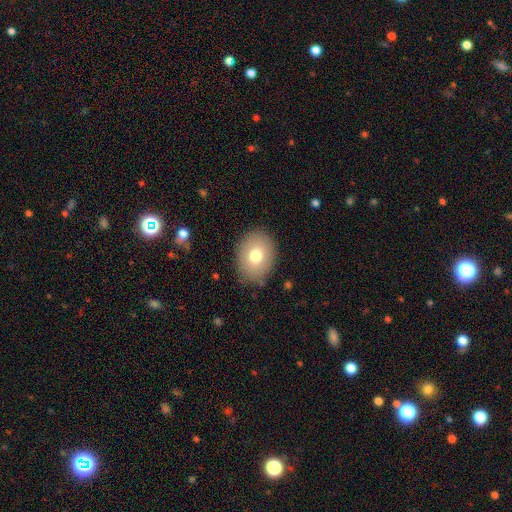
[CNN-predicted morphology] Smooth or featured?
  - smooth: 75% *
  - featured or disk: 17%
  - star or artifact: 9%
How rounded?
  - in between: 65% *
  - round: 35%
  - cigar-shaped: 1%
Merging?
  - none: 85% *
  - minor disturbance: 11%
  - major disturbance: 3%
  - merger: 1%